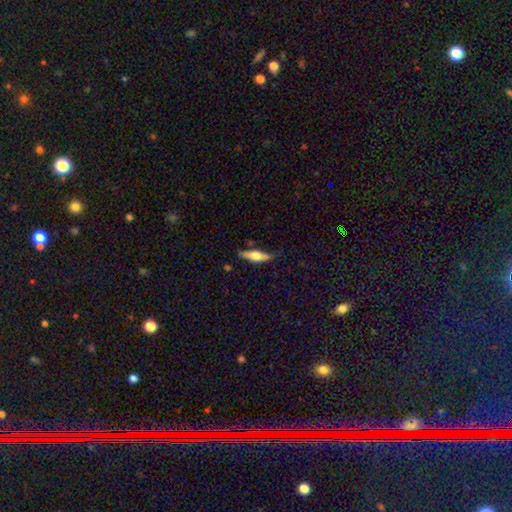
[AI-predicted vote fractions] Smooth or featured?
  - featured or disk: 51% *
  - smooth: 43%
  - star or artifact: 5%
Edge-on disk?
  - yes: 91% *
  - no: 9%
Merging?
  - none: 77% *
  - minor disturbance: 17%
  - major disturbance: 4%
  - merger: 2%